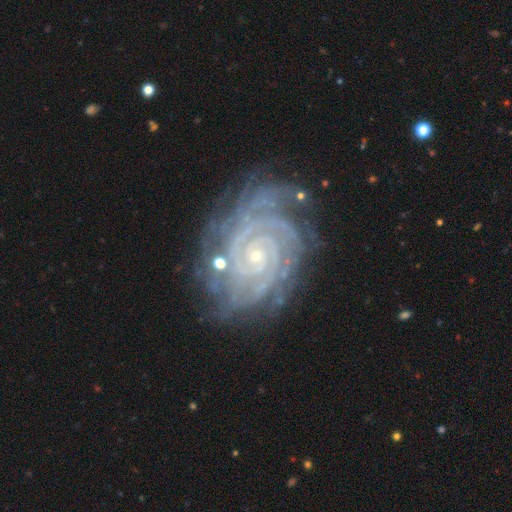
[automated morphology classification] featured or disk 90%, star or artifact 6%, smooth 4%. Down the decision tree: edge-on disk — no (97%); bar — no (73%); spiral arms — yes (98%); spiral arm count — 4 (22%); spiral winding — tight (86%); bulge size — small (83%); merging — none (72%).